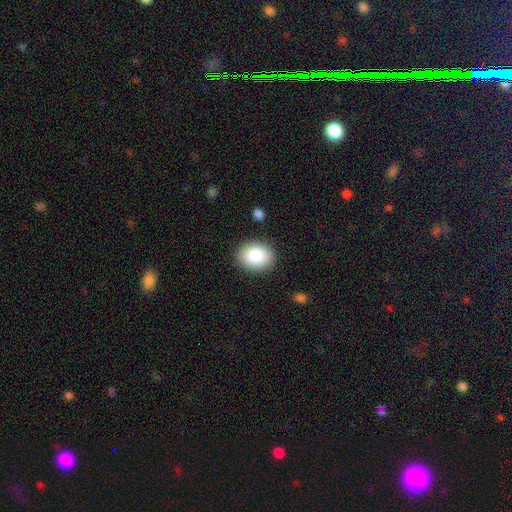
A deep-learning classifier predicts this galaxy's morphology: Q: Smooth or featured?
A: smooth (88%); runner-up: star or artifact (7%)
Q: How rounded?
A: in between (54%); runner-up: round (45%)
Q: Merging?
A: none (89%); runner-up: minor disturbance (8%)